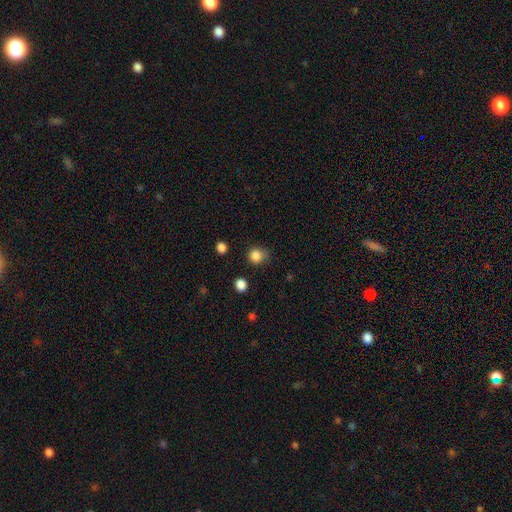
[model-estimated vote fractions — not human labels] smooth_or_featured: smooth (p=0.84) [alt: star or artifact p=0.12]
how_rounded: round (p=0.87) [alt: in between p=0.12]
merging: none (p=0.72) [alt: minor disturbance p=0.20]